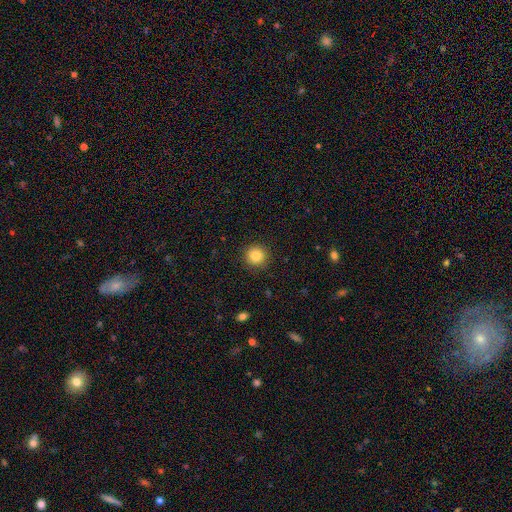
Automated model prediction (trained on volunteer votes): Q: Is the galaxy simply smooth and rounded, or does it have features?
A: smooth — 85%.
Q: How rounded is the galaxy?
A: round — 94%.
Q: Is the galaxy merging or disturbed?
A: none — 91%.